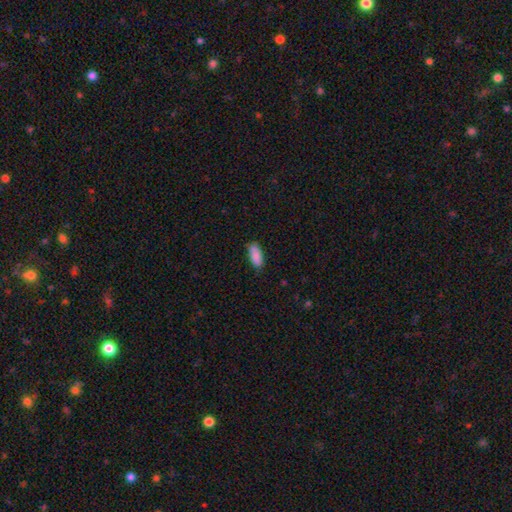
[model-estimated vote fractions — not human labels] smooth 89%, star or artifact 6%, featured or disk 4%. Down the decision tree: how rounded — in between (82%); merging — none (80%).